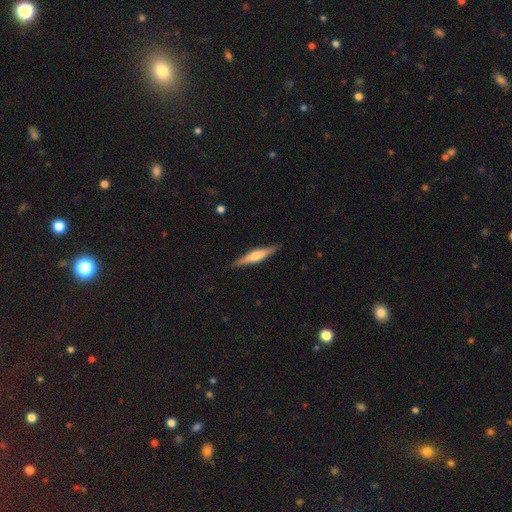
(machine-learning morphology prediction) type=featured or disk (57%); edge-on=yes (96%); edge-on bulge=rounded (78%); merging=none (89%).